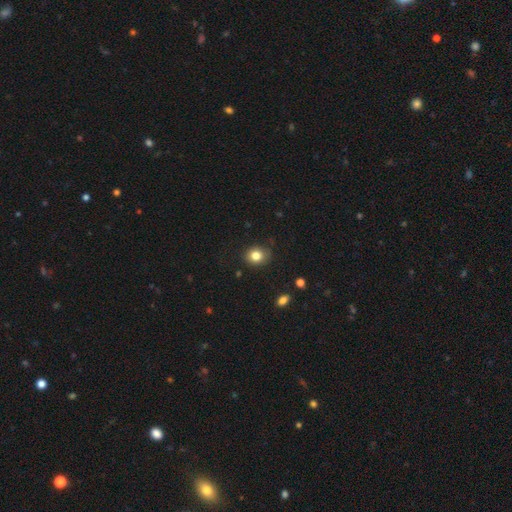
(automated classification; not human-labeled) Morphology: type=smooth (82%); roundness=round (68%); merging=none (80%).